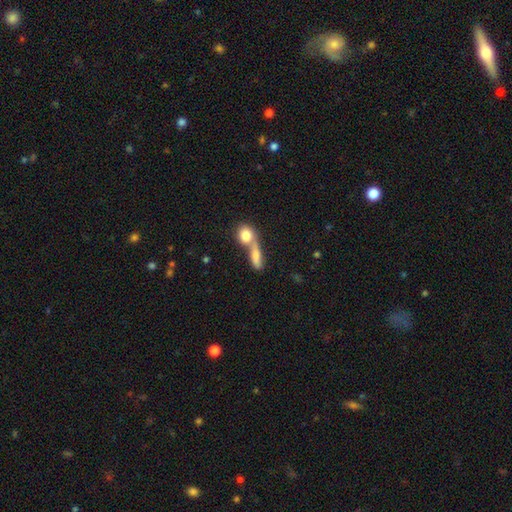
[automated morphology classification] Smooth or featured?
  - smooth: 73% *
  - featured or disk: 19%
  - star or artifact: 9%
How rounded?
  - in between: 50% *
  - cigar-shaped: 32%
  - round: 18%
Merging?
  - merger: 66% *
  - none: 23%
  - minor disturbance: 7%
  - major disturbance: 5%